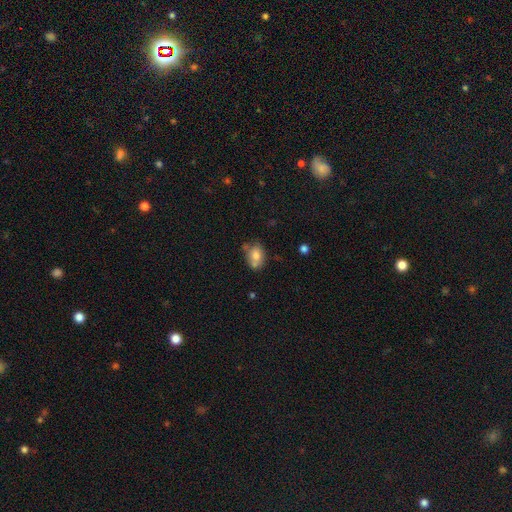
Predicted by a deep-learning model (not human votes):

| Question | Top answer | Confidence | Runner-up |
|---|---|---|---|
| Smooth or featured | smooth | 72% | featured or disk (18%) |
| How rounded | in between | 71% | round (28%) |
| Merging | none | 51% | minor disturbance (22%) |